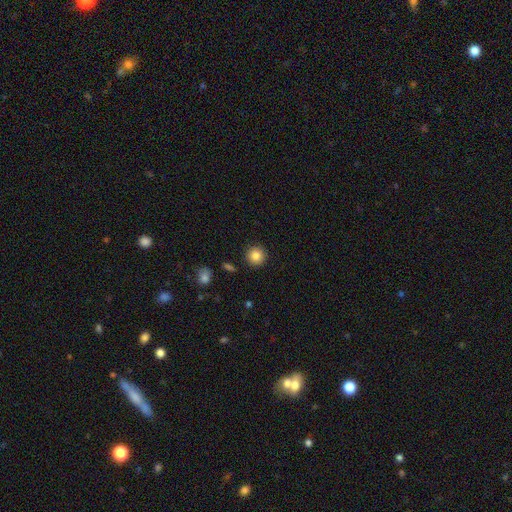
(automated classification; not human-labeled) smooth-or-featured: smooth: 84% | star or artifact: 10% | featured or disk: 6%
  how-rounded: round: 94% | in between: 5% | cigar-shaped: 1%
  merging: none: 91% | minor disturbance: 5% | major disturbance: 2% | merger: 2%